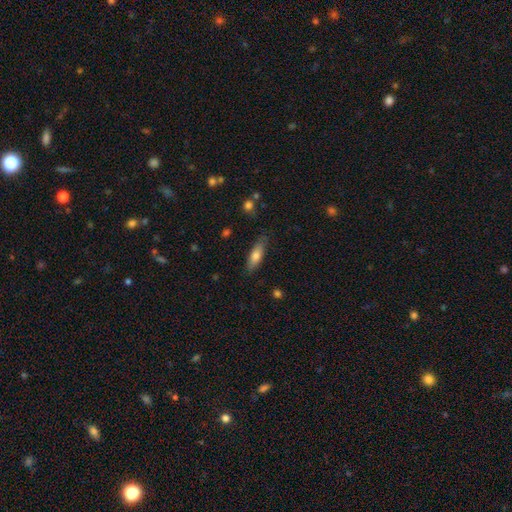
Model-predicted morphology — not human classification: Smooth or featured: smooth — 73% (featured or disk — 20%)
How rounded: in between — 50% (cigar-shaped — 48%)
Merging: none — 80% (minor disturbance — 15%)